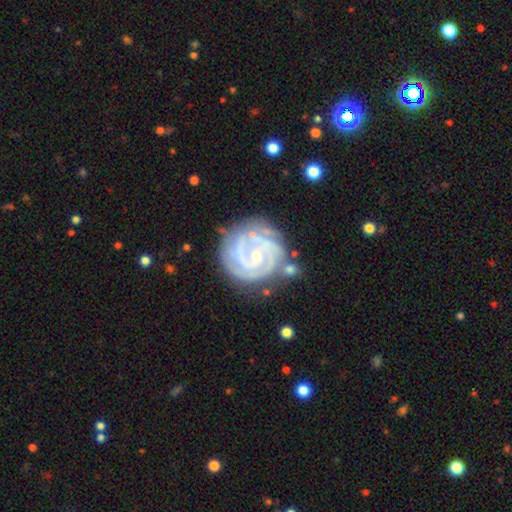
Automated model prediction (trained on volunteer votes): Smooth or featured? featured or disk (89%)
Edge-on disk? no (98%)
Bar? no (51%)
Spiral arms? yes (97%)
Spiral winding? tight (75%)
Spiral arm count? 2 (44%)
Bulge size? small (71%)
Merging? none (71%)